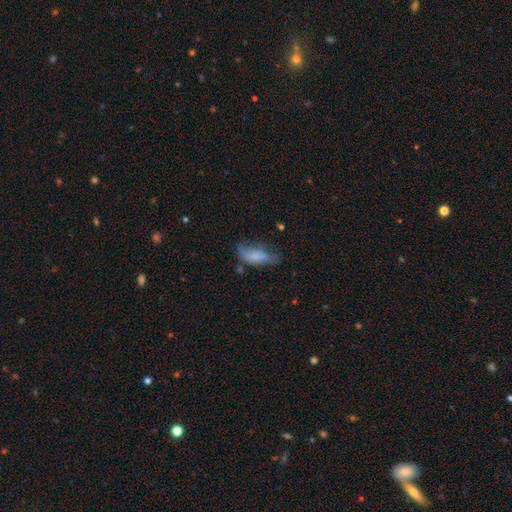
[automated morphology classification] Smooth or featured: smooth — 70% (featured or disk — 22%)
How rounded: in between — 77% (cigar-shaped — 20%)
Merging: none — 41% (minor disturbance — 34%)